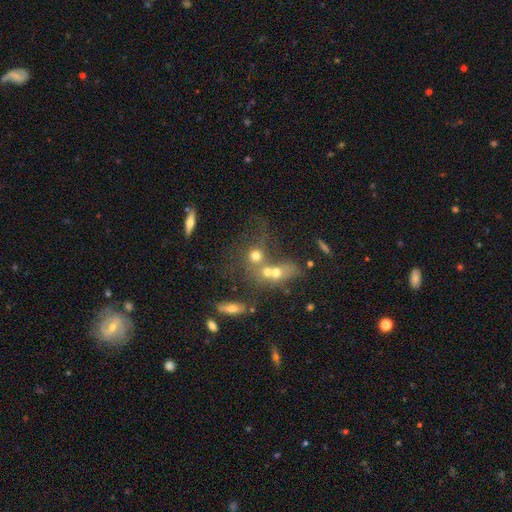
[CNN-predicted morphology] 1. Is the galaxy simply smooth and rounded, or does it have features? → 60% smooth, 23% featured or disk, 17% star or artifact.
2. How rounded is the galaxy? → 72% round, 25% in between, 3% cigar-shaped.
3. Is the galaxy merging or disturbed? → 51% merger, 28% none, 12% major disturbance, 9% minor disturbance.